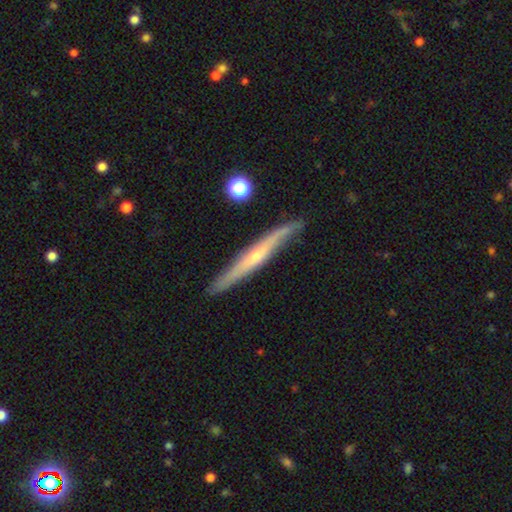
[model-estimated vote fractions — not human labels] smooth-or-featured: featured or disk: 64% | smooth: 30% | star or artifact: 6%
  disk-edge-on: yes: 91% | no: 9%
    edge-on-bulge: rounded: 54% | none: 41% | boxy: 5%
  merging: none: 79% | minor disturbance: 15% | major disturbance: 3% | merger: 2%